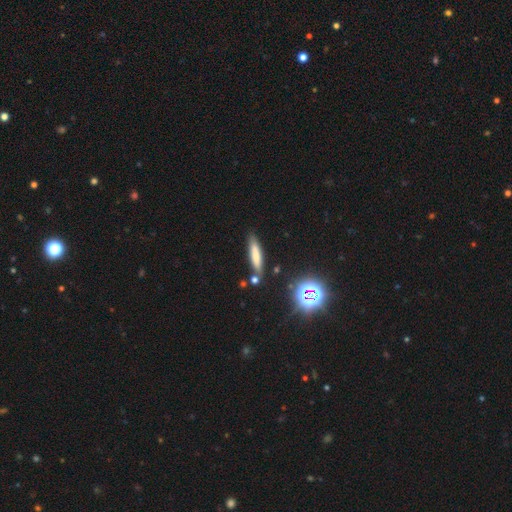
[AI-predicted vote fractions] smooth_or_featured: smooth (p=0.67) [alt: featured or disk p=0.19]
how_rounded: cigar-shaped (p=0.82) [alt: in between p=0.16]
merging: none (p=0.78) [alt: minor disturbance p=0.12]